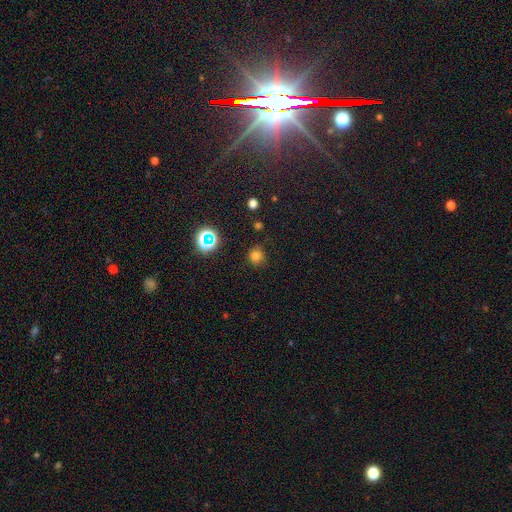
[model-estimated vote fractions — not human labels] Smooth or featured? smooth (73%)
How rounded? round (92%)
Merging? none (83%)